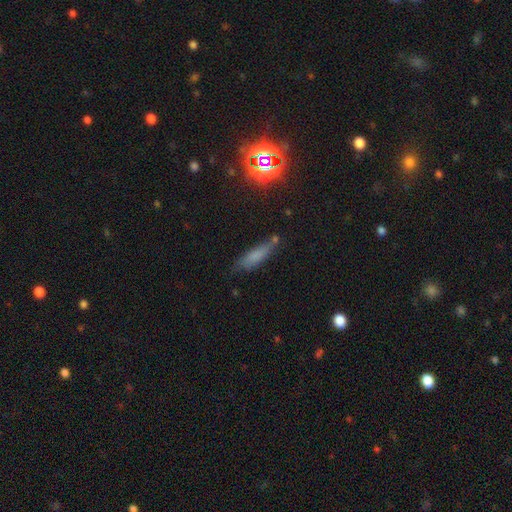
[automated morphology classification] A smooth galaxy with no disk features (67%) that is cigar-shaped (68%). Merging: none (65%).